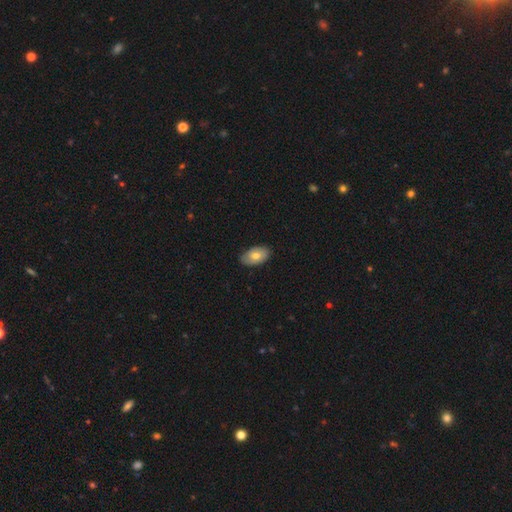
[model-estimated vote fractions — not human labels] A smooth galaxy with no disk features (69%) that is in between round and cigar-shaped (94%).

Vote fractions:
- Smooth or featured? smooth: 69% / featured or disk: 25% / star or artifact: 6%
- How rounded? in between: 94% / round: 5% / cigar-shaped: 2%
- Merging? none: 83% / minor disturbance: 14% / major disturbance: 2% / merger: 1%